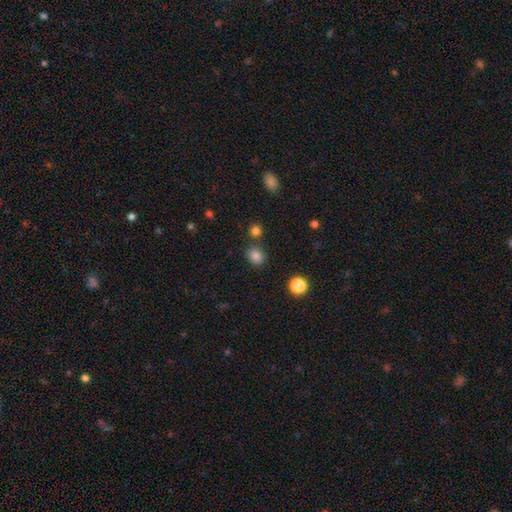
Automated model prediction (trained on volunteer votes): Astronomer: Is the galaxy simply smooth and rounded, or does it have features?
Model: smooth — 83%.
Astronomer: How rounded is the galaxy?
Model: round — 59% (runner-up: in between, 40%).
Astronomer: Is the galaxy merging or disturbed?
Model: none — 78%.